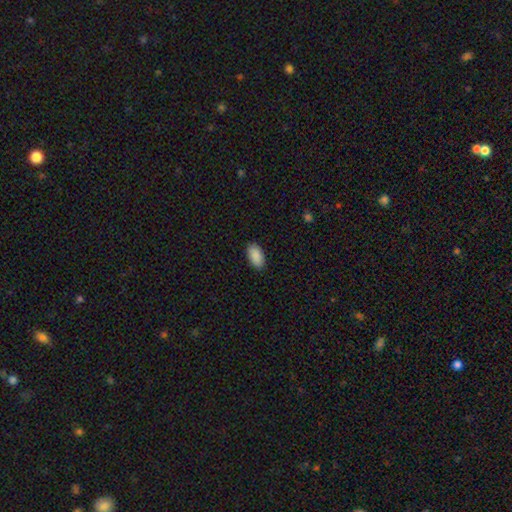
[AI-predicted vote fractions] smooth-or-featured: smooth: 91% | star or artifact: 6% | featured or disk: 3%
  how-rounded: in between: 95% | cigar-shaped: 3% | round: 2%
  merging: none: 89% | minor disturbance: 8% | major disturbance: 2% | merger: 1%